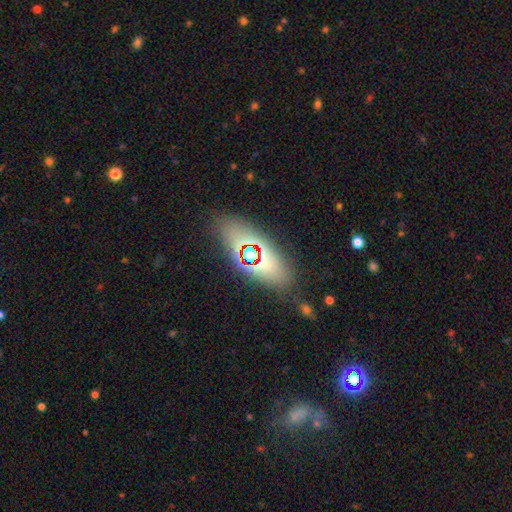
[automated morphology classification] The model was most divided on "smooth or featured": smooth: 53%, star or artifact: 28%, featured or disk: 19%. More confident: how rounded — in between (87%); merging — none (72%).